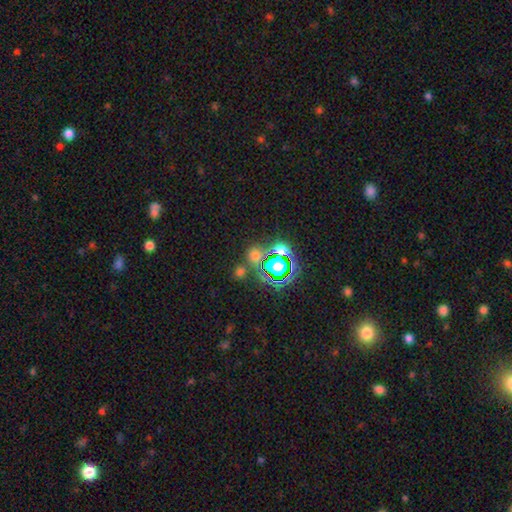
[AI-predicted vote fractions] Smooth or featured: smooth — 49% (star or artifact — 42%)
Merging: none — 67% (merger — 19%)